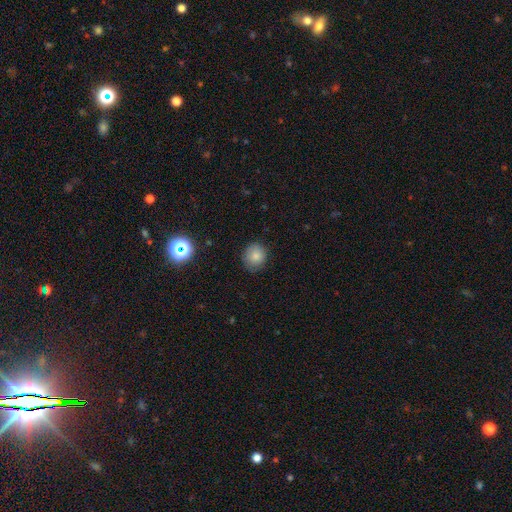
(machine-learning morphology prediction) Overall: smooth (82%). How rounded: round (82%). Merging: none (82%).